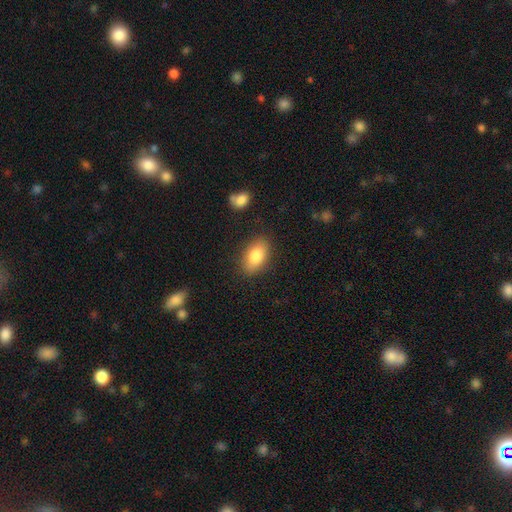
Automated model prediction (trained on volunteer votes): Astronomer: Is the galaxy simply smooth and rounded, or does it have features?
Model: smooth — 82%.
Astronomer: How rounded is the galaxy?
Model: in between — 90%.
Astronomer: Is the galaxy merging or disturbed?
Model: none — 84%.